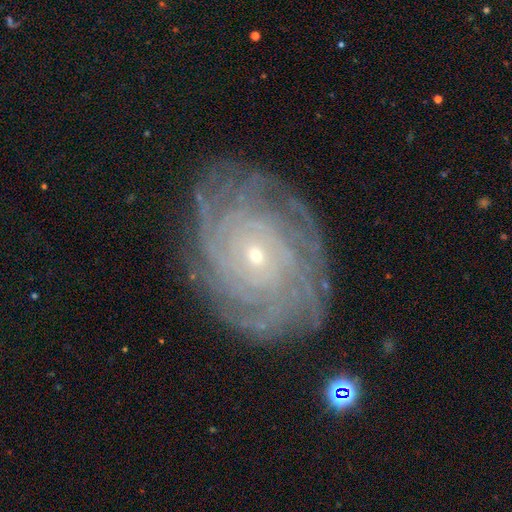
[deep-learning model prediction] A featured or disk galaxy (87%) with no bar (78%), more than 4 (29%) tight (86%) spiral arms (97%) and a small central bulge (81%). Merging: none (82%).